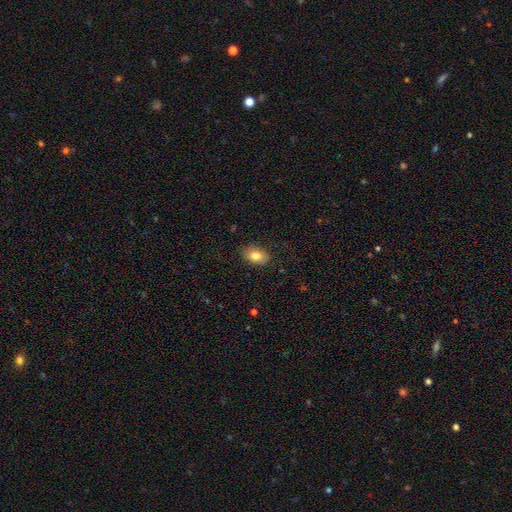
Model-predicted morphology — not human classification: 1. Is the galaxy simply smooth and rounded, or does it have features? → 81% smooth, 10% featured or disk, 8% star or artifact.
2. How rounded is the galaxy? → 84% in between, 15% round, 1% cigar-shaped.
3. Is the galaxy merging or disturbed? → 83% none, 13% minor disturbance, 3% major disturbance, 1% merger.